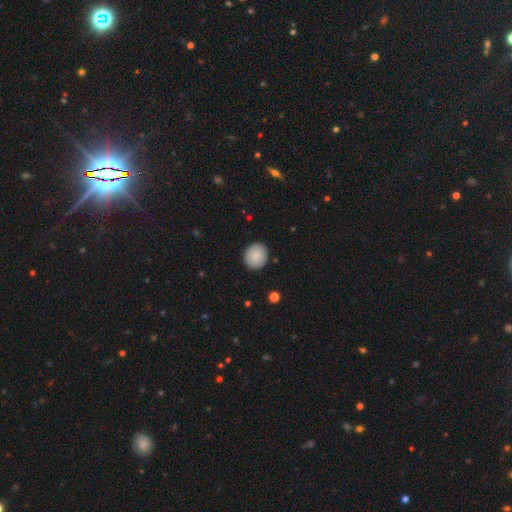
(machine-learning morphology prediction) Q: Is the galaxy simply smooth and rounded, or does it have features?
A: smooth — 87%.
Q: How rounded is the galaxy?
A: round — 83%.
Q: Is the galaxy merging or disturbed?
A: none — 90%.